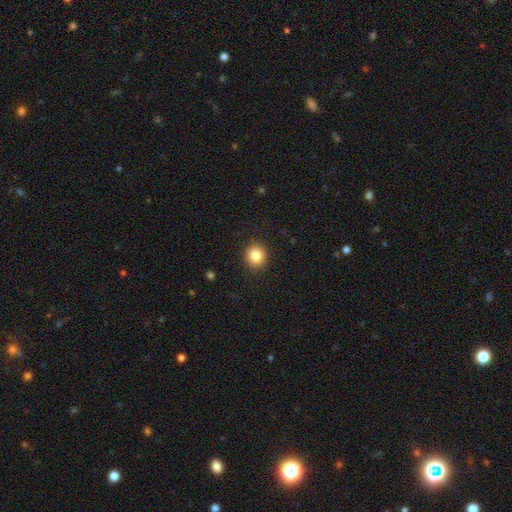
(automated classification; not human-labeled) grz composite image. It shows a smooth galaxy with no disk features (84%) that is round (84%). Merging: none (90%).